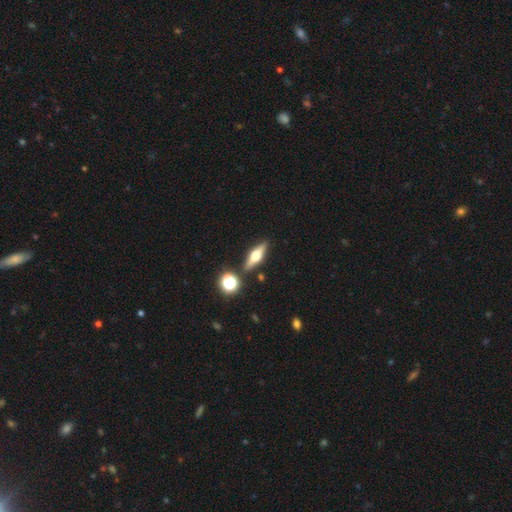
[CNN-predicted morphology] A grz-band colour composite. It shows a featured or disk galaxy (61%) viewed edge-on (94%) with a rounded central bulge (95%). Merging: none (85%).